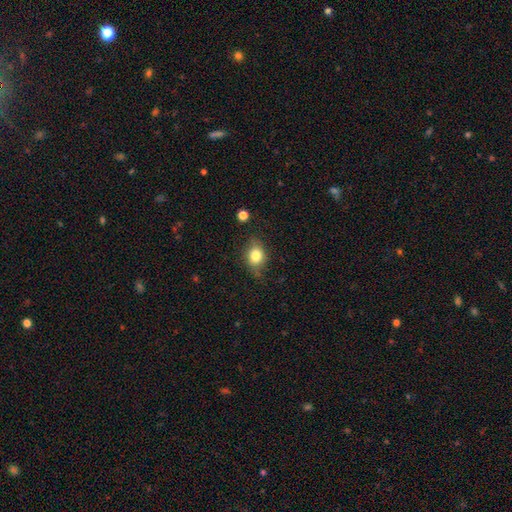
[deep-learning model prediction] A smooth galaxy with no disk features (78%) that is in between round and cigar-shaped (58%).

Vote fractions:
- Smooth or featured? smooth: 78% / featured or disk: 12% / star or artifact: 10%
- How rounded? in between: 58% / round: 41% / cigar-shaped: 2%
- Merging? none: 67% / minor disturbance: 24% / major disturbance: 7% / merger: 2%